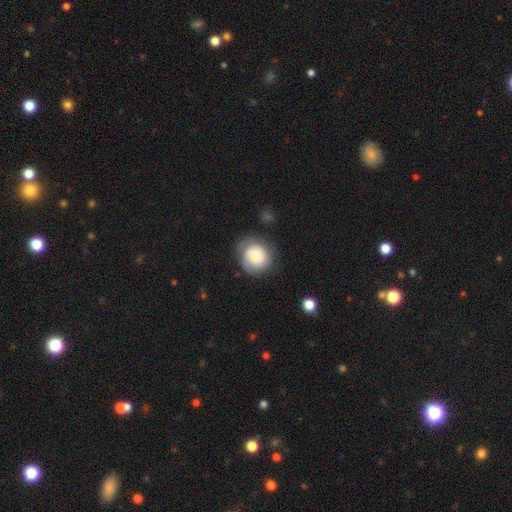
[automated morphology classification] Q: Smooth or featured?
A: smooth (65%); runner-up: featured or disk (27%)
Q: How rounded?
A: round (80%); runner-up: in between (19%)
Q: Merging?
A: none (65%); runner-up: minor disturbance (23%)